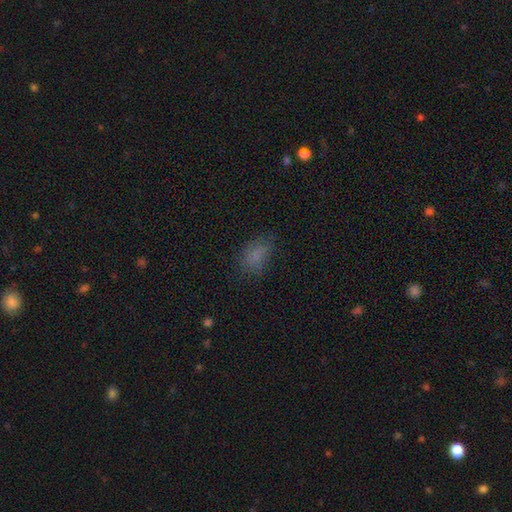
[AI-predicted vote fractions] smooth_or_featured: smooth (p=0.75) [alt: star or artifact p=0.16]
how_rounded: in between (p=0.80) [alt: round p=0.17]
merging: none (p=0.65) [alt: minor disturbance p=0.22]